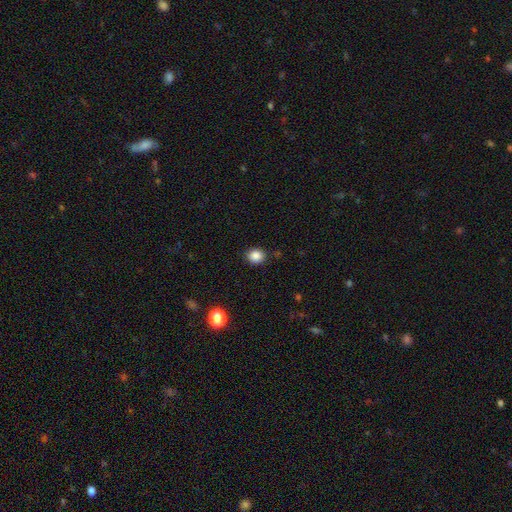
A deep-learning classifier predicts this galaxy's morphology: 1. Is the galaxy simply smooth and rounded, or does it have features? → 86% smooth, 11% star or artifact, 3% featured or disk.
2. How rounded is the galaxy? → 75% round, 24% in between, 1% cigar-shaped.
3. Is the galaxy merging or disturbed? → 88% none, 8% minor disturbance, 2% major disturbance, 2% merger.